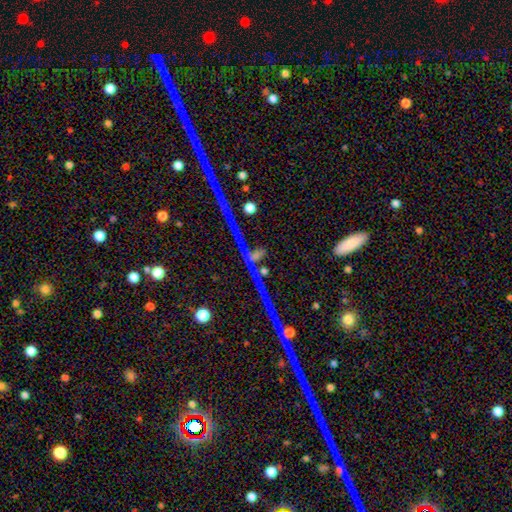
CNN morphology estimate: Overall: star or artifact (48%; featured or disk 29%).